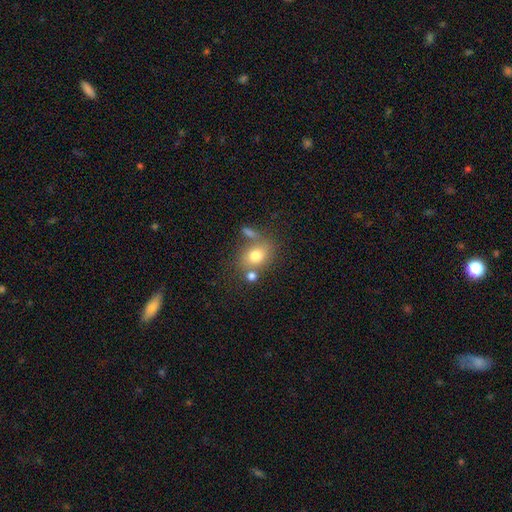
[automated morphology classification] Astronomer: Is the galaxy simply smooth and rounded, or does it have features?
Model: smooth — 75%.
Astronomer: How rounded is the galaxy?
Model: in between — 60% (runner-up: round, 39%).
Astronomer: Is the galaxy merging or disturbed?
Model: none — 59%.